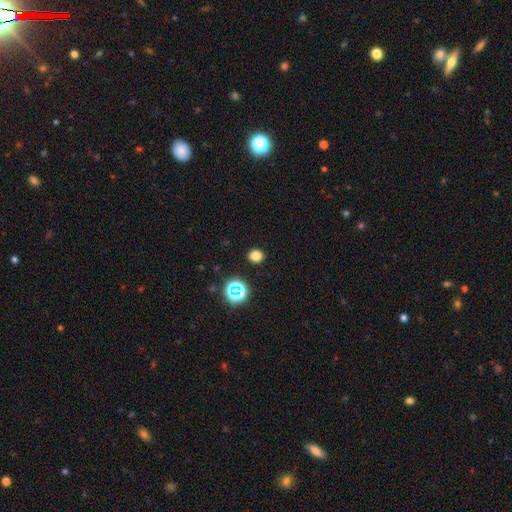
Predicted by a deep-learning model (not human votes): Smooth or featured? smooth (76%)
How rounded? round (84%)
Merging? none (91%)